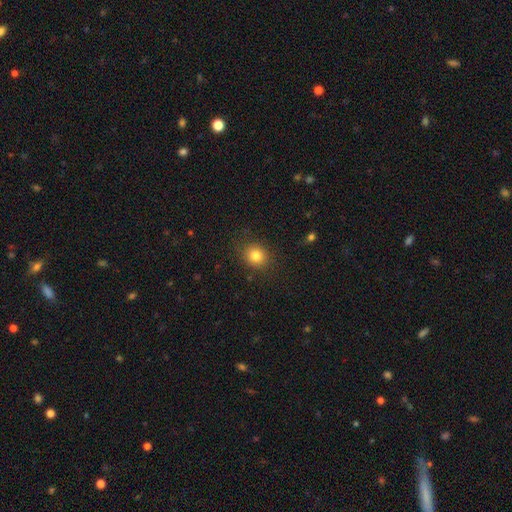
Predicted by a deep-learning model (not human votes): Morphology: type=smooth (82%); roundness=round (78%); merging=none (86%).